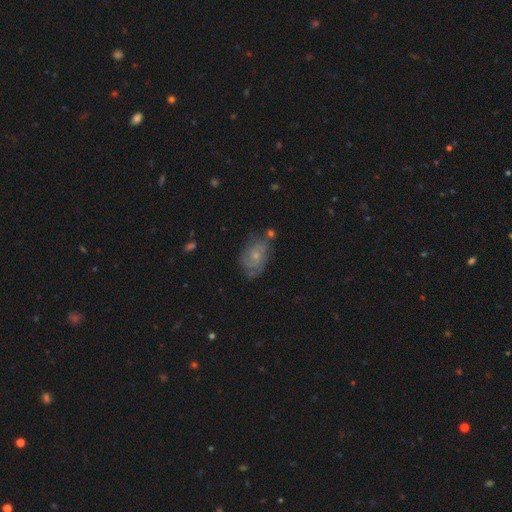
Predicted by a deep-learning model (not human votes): Overall: featured or disk (64%; smooth 26%). Edge-on disk: no (96%). Bar: no (71%). Spiral arms: yes (85%). Spiral arm count: can't tell (39%; 2 33%). Spiral winding: tight (51%; medium 36%). Bulge size: small (64%; moderate 30%). Merging: none (62%; minor disturbance 24%).